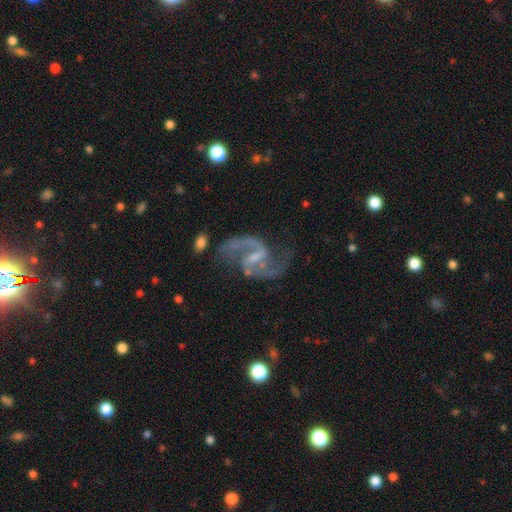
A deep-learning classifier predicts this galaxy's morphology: type=featured or disk (93%); edge-on=no (98%); bar=weak (53%); spiral arms=yes (98%); winding=medium (54%); arm count=2 (94%); bulge=small (49%); merging=none (73%).